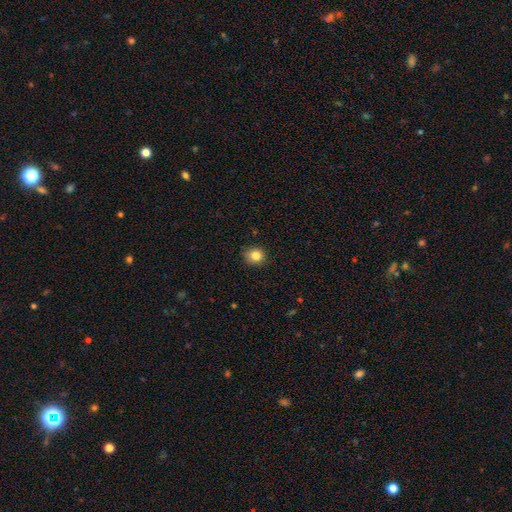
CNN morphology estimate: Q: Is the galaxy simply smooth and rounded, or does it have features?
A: smooth — 84%.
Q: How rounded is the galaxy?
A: round — 81%.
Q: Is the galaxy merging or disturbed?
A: none — 87%.